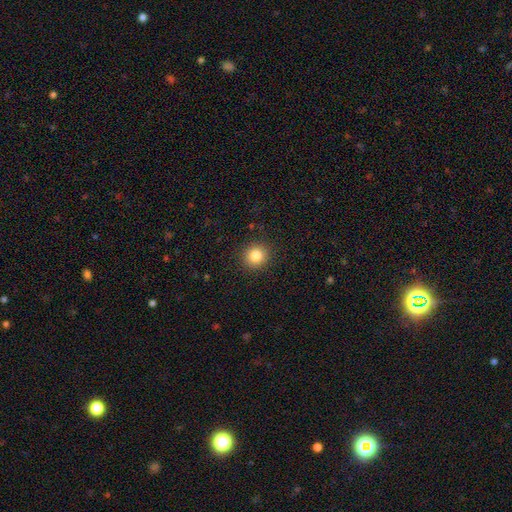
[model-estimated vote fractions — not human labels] Morphology: type=smooth (83%); roundness=round (90%); merging=none (91%).